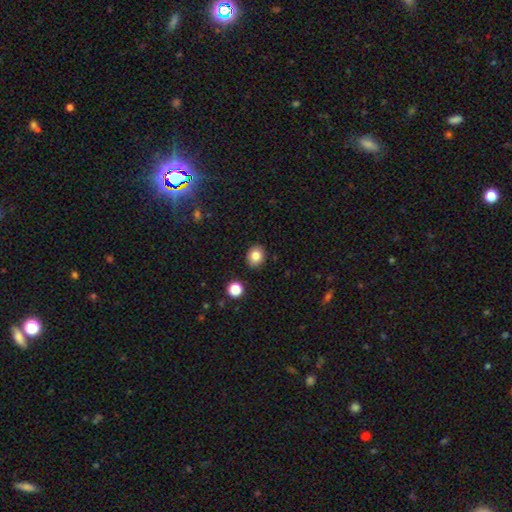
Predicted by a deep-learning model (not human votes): A smooth galaxy with no disk features (83%) that is round (59%). Merging: none (89%).